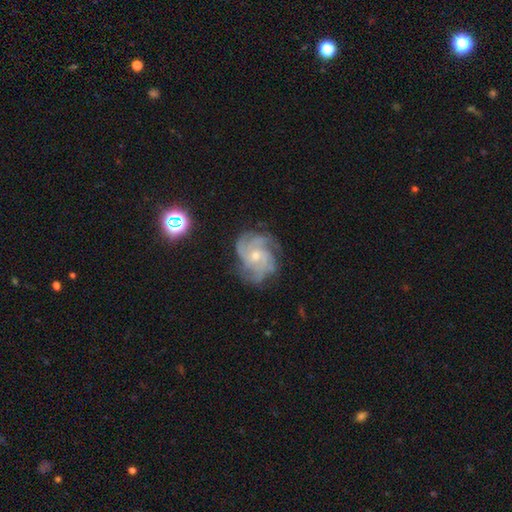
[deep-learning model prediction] Smooth or featured? Predicted: featured or disk (p=0.84). Edge-on disk? Predicted: no (p=0.98). Bar? Predicted: no (p=0.69). Spiral arms? Predicted: yes (p=0.97). Spiral winding? Predicted: tight (p=0.53). Spiral arm count? Predicted: 4 (p=0.30). Bulge size? Predicted: small (p=0.57). Merging? Predicted: none (p=0.74).